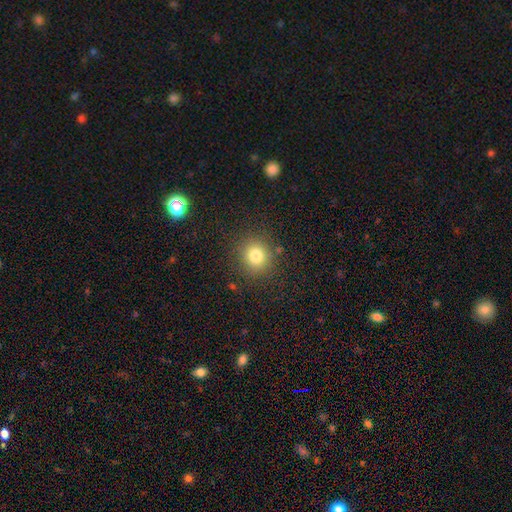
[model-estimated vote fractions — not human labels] Overall: smooth (79%). How rounded: round (85%). Merging: none (86%).